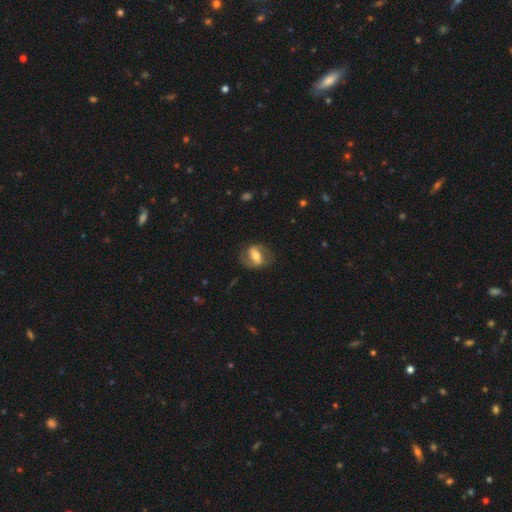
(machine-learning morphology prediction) The model was most divided on "bar": strong: 51%, weak: 32%, no: 17%. More confident: edge-on disk — no (93%); merging — none (74%); spiral arms — yes (72%); bulge size — moderate (62%); smooth or featured — featured or disk (62%).